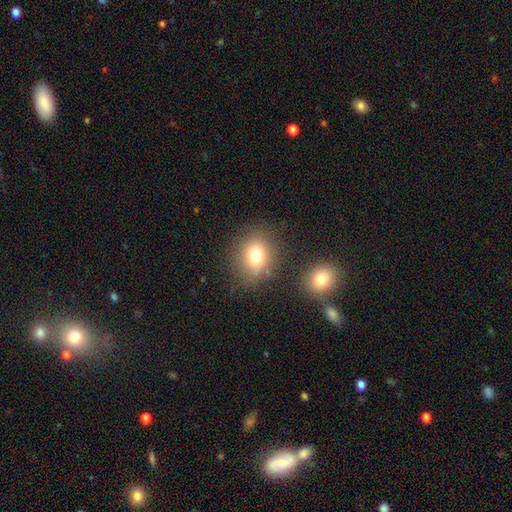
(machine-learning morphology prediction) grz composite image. It shows a smooth galaxy with no disk features (76%) that is round (60%). Merging: none (76%).